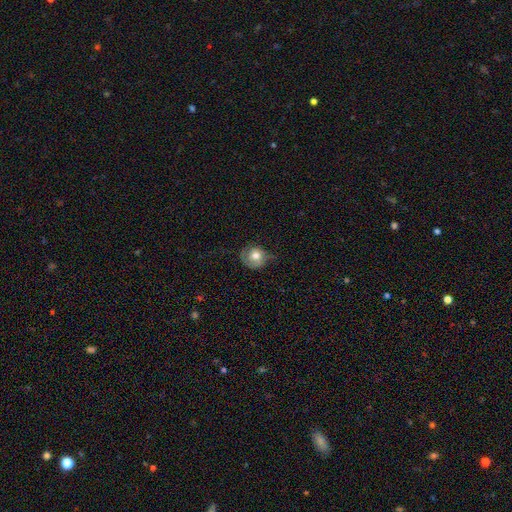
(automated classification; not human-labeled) Q: Smooth or featured?
A: smooth (62%); runner-up: featured or disk (31%)
Q: How rounded?
A: round (80%); runner-up: in between (19%)
Q: Merging?
A: none (48%); runner-up: minor disturbance (32%)